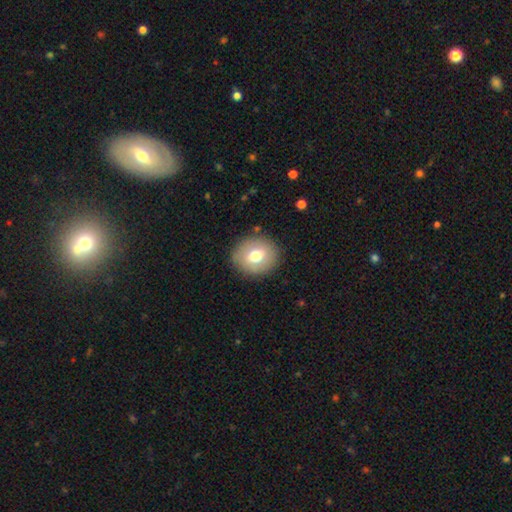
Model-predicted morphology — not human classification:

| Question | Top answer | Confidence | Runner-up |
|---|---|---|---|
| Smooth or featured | smooth | 71% | featured or disk (21%) |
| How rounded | round | 76% | in between (23%) |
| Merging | none | 87% | minor disturbance (8%) |